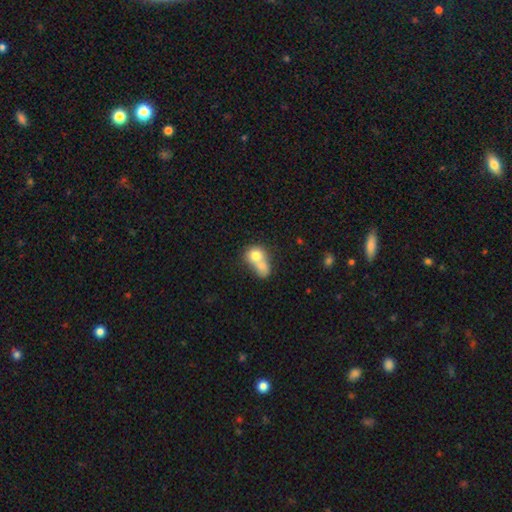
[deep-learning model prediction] Smooth or featured: smooth — 73% (featured or disk — 18%)
How rounded: round — 61% (in between — 37%)
Merging: merger — 71% (none — 17%)